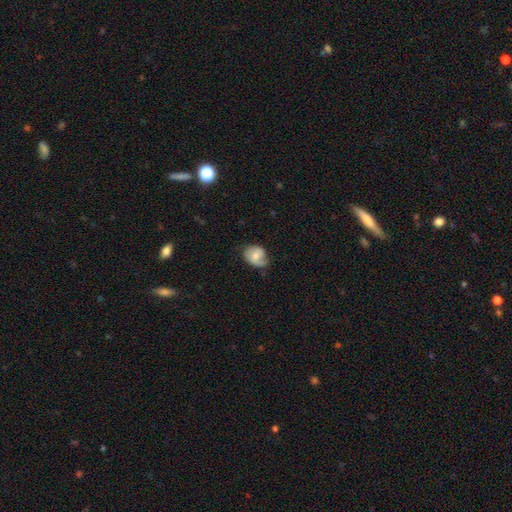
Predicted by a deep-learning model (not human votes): smooth-or-featured: smooth: 48% | featured or disk: 45% | star or artifact: 7%
  merging: none: 53% | minor disturbance: 33% | major disturbance: 12% | merger: 2%